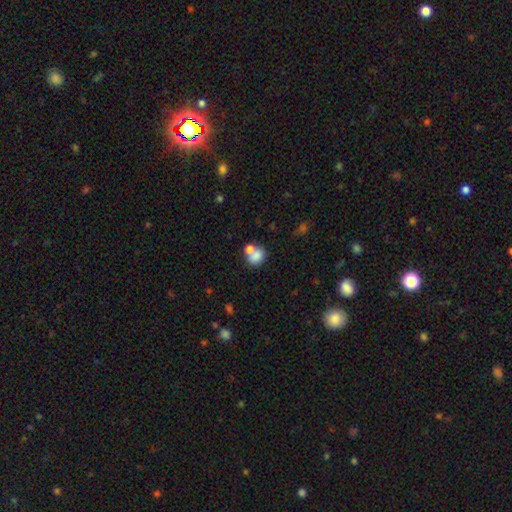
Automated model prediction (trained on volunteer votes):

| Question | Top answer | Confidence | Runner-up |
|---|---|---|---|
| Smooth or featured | smooth | 76% | featured or disk (13%) |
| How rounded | round | 50% | in between (48%) |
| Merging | merger | 44% | none (39%) |